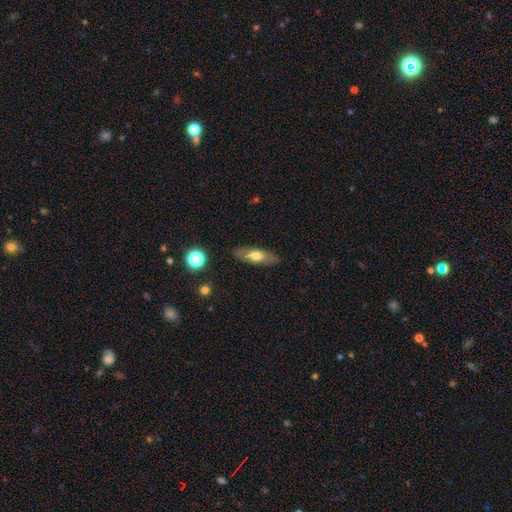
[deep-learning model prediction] The model was most divided on "smooth or featured": smooth: 59%, featured or disk: 34%, star or artifact: 7%. More confident: merging — none (85%); how rounded — in between (63%).